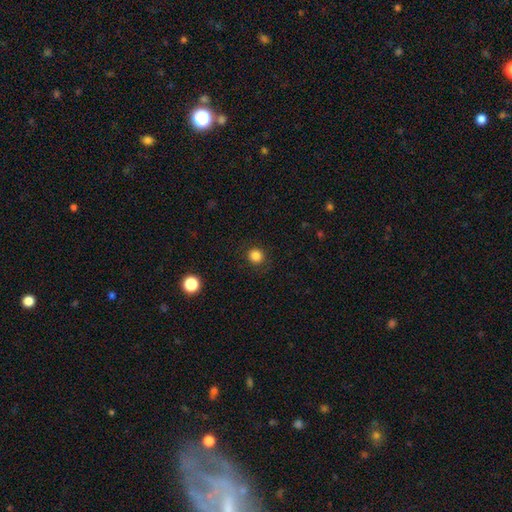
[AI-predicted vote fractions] Smooth or featured: smooth — 84% (star or artifact — 12%)
How rounded: round — 92% (in between — 7%)
Merging: none — 89% (minor disturbance — 7%)